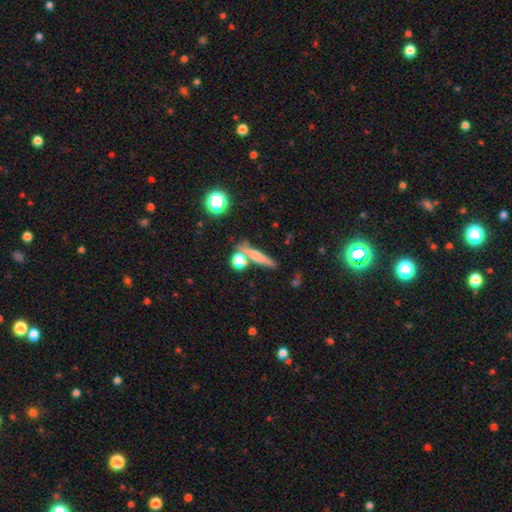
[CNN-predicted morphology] This appears to be a smooth galaxy with no disk features (65%) that is cigar-shaped (77%). Merging: none (69%).